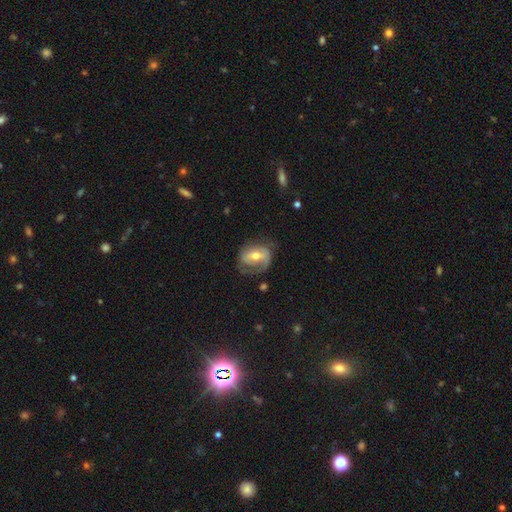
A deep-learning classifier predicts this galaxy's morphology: A featured or disk galaxy (64%) with a weak bar (39%), spiral arms (73%) and a moderate central bulge (67%). Merging: none (52%).